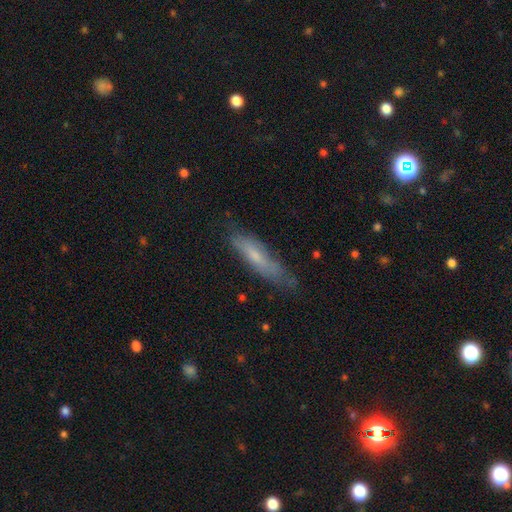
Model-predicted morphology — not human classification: A smooth galaxy with no disk features (56%) that is cigar-shaped (76%). Merging: none (67%).